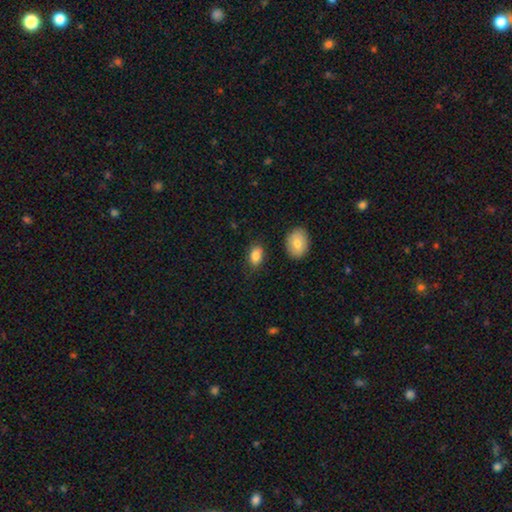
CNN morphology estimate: smooth-or-featured: smooth: 85% | star or artifact: 8% | featured or disk: 7%
  how-rounded: in between: 87% | round: 11% | cigar-shaped: 2%
  merging: none: 81% | minor disturbance: 13% | merger: 3% | major disturbance: 3%